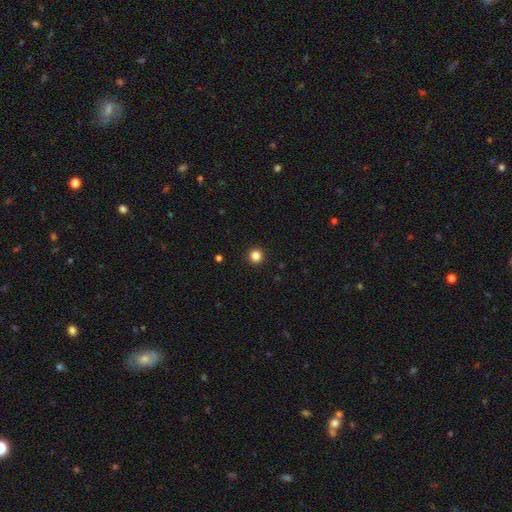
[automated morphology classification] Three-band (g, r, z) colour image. It shows a smooth galaxy with no disk features (84%) that is round (96%). Merging: none (94%).